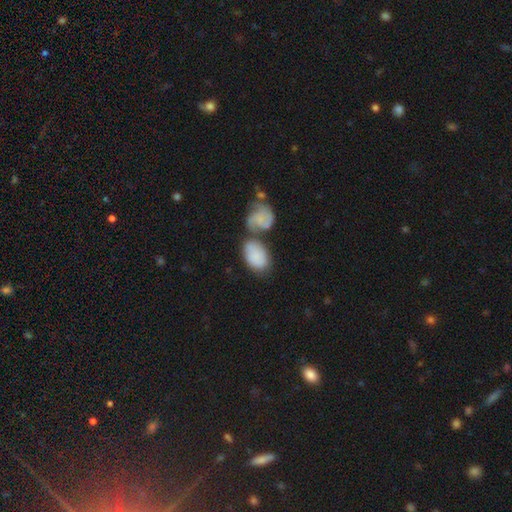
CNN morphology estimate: Overall: smooth (74%). How rounded: in between (88%). Merging: merger (45%; none 31%).